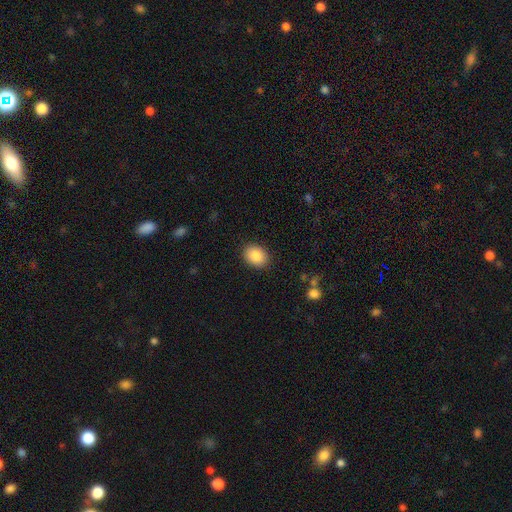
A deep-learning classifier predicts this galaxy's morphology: Smooth or featured?
  - smooth: 87% *
  - star or artifact: 8%
  - featured or disk: 5%
How rounded?
  - in between: 60% *
  - round: 39%
  - cigar-shaped: 1%
Merging?
  - none: 88% *
  - minor disturbance: 8%
  - major disturbance: 2%
  - merger: 1%